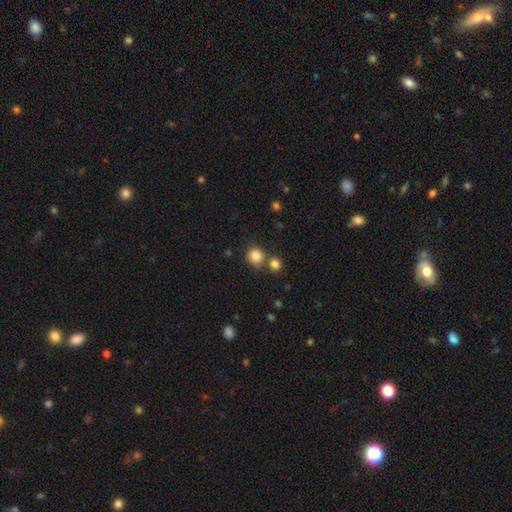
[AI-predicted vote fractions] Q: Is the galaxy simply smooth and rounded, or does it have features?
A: smooth — 84%.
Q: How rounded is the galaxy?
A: round — 86%.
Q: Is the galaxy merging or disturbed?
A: none — 69%.